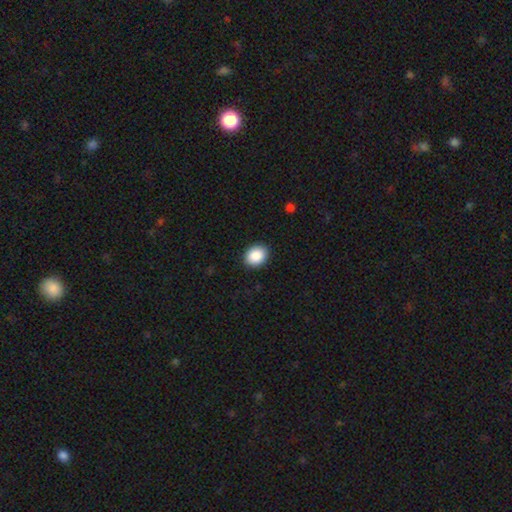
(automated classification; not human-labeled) A smooth galaxy with no disk features (89%) that is in between round and cigar-shaped (55%).

Vote fractions:
- Smooth or featured? smooth: 89% / star or artifact: 8% / featured or disk: 4%
- How rounded? in between: 55% / round: 44% / cigar-shaped: 1%
- Merging? none: 90% / minor disturbance: 7% / major disturbance: 2% / merger: 1%